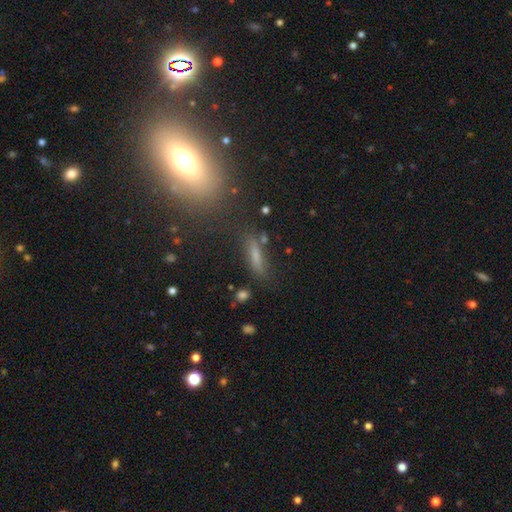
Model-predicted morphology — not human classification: The model was most divided on "smooth or featured": smooth: 67%, featured or disk: 19%, star or artifact: 14%. More confident: merging — none (75%); how rounded — cigar-shaped (75%).